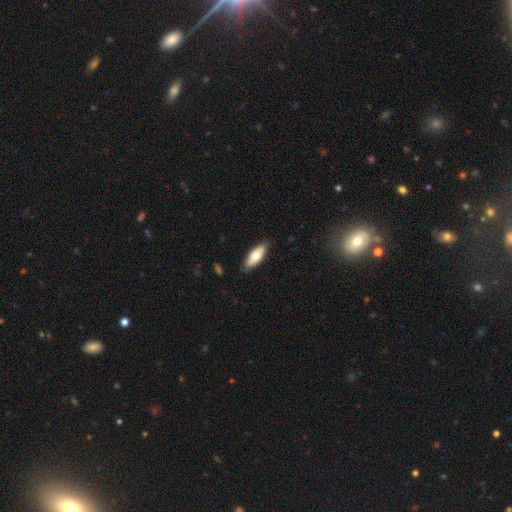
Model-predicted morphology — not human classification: Q: Smooth or featured?
A: smooth (71%); runner-up: featured or disk (23%)
Q: How rounded?
A: in between (73%); runner-up: cigar-shaped (25%)
Q: Merging?
A: none (86%); runner-up: minor disturbance (11%)